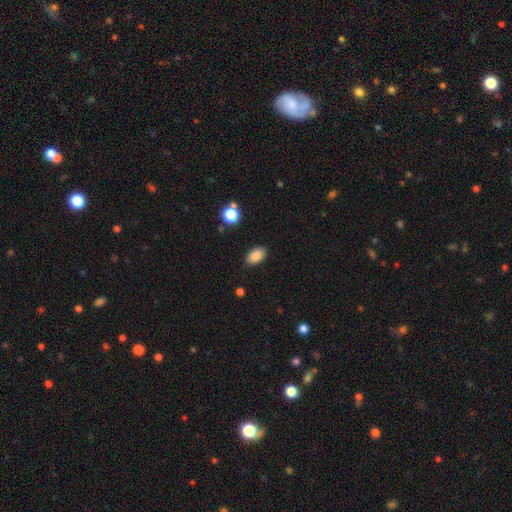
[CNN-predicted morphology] Smooth or featured: smooth — 87% (star or artifact — 8%)
How rounded: in between — 91% (round — 7%)
Merging: none — 86% (minor disturbance — 10%)